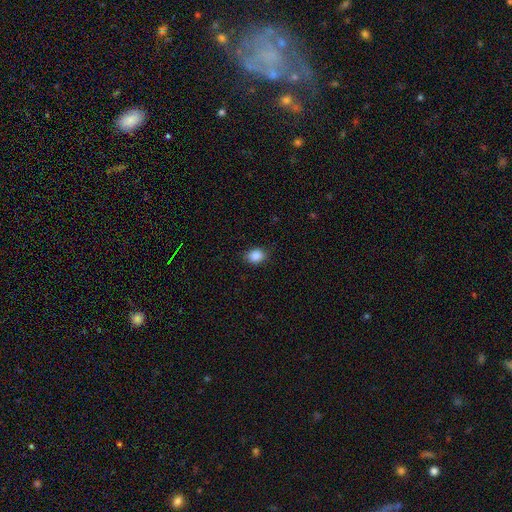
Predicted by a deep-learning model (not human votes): Smooth or featured?
  - smooth: 88% *
  - star or artifact: 9%
  - featured or disk: 3%
How rounded?
  - in between: 58% *
  - round: 41%
  - cigar-shaped: 1%
Merging?
  - none: 84% *
  - minor disturbance: 12%
  - major disturbance: 3%
  - merger: 1%